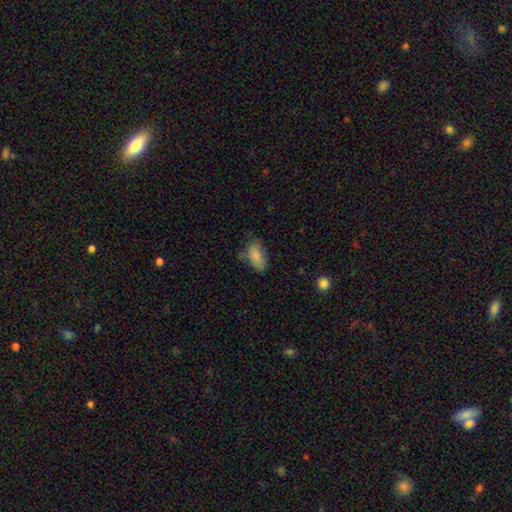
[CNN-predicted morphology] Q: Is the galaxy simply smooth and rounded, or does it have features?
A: smooth — 83%.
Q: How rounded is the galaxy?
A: in between — 92%.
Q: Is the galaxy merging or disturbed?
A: none — 58%.